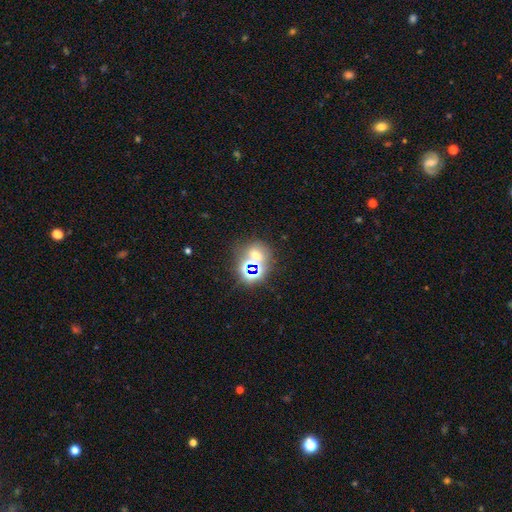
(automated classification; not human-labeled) smooth_or_featured: star or artifact (p=0.52) [alt: smooth p=0.38]